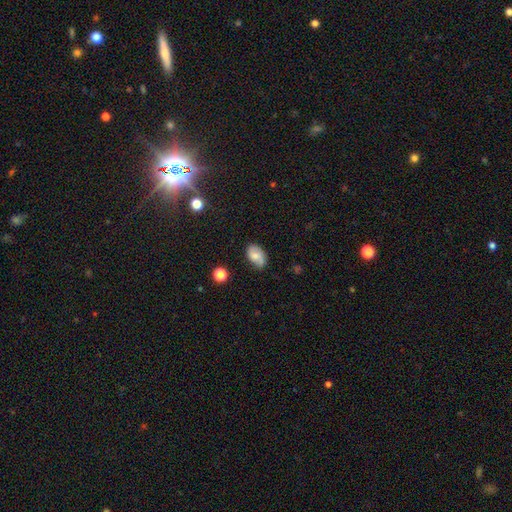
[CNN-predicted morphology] Smooth or featured? smooth (55%)
How rounded? in between (86%)
Merging? none (65%)